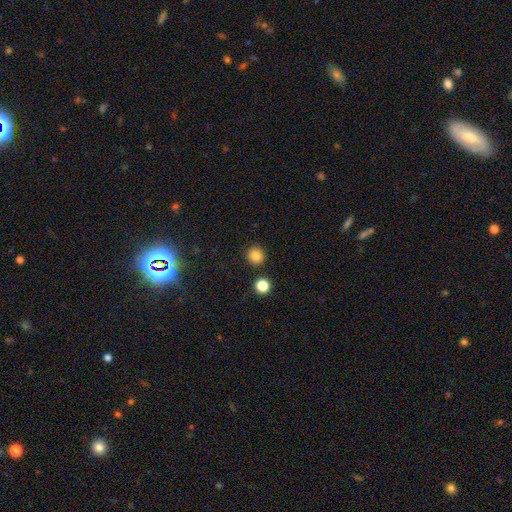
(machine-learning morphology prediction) type=smooth (82%); roundness=round (93%); merging=none (90%).